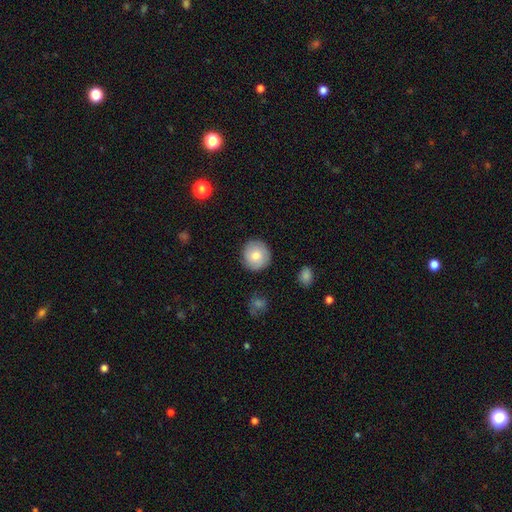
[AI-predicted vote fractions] smooth-or-featured: smooth: 75% | featured or disk: 17% | star or artifact: 7%
  how-rounded: round: 94% | in between: 5% | cigar-shaped: 1%
  merging: none: 87% | minor disturbance: 9% | major disturbance: 2% | merger: 1%